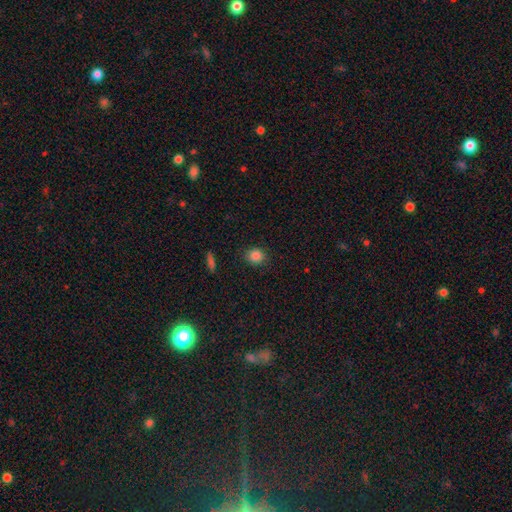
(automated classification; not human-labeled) A smooth galaxy with no disk features (85%) that is round (83%).

Vote fractions:
- Smooth or featured? smooth: 85% / star or artifact: 11% / featured or disk: 4%
- How rounded? round: 83% / in between: 16% / cigar-shaped: 1%
- Merging? none: 89% / minor disturbance: 8% / major disturbance: 2% / merger: 1%